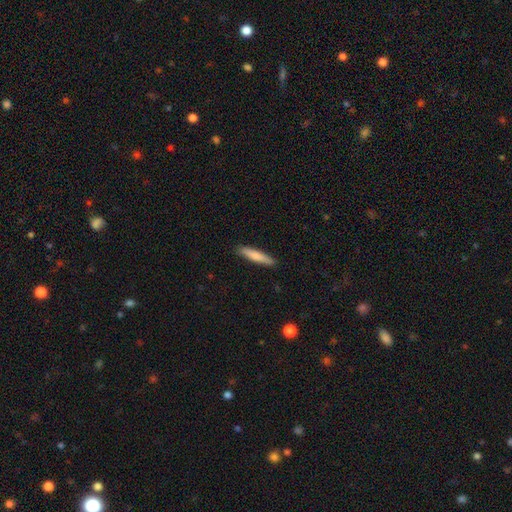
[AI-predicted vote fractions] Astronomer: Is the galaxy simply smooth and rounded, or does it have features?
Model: smooth — 77%.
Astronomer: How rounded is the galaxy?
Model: cigar-shaped — 89%.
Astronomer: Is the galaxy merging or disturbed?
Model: none — 89%.